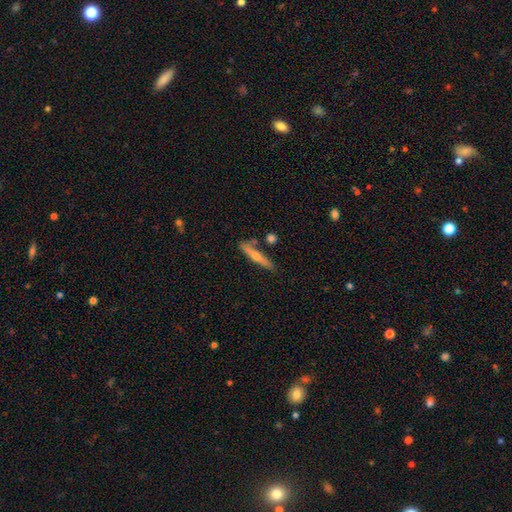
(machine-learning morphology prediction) This appears to be a featured or disk galaxy (53%) viewed edge-on (94%) with a rounded central bulge (80%). Merging: none (77%).